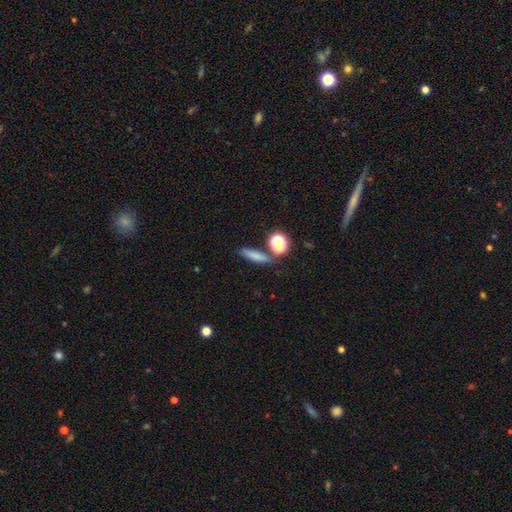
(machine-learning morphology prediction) smooth 74%, featured or disk 14%, star or artifact 12%. Down the decision tree: how rounded — cigar-shaped (63%); merging — none (73%).